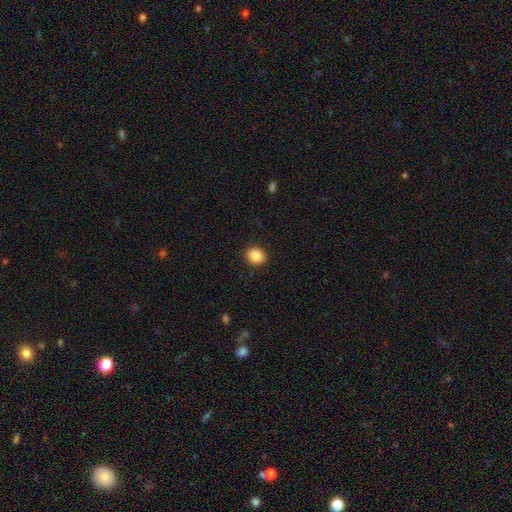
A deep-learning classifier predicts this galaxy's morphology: Overall: smooth (87%). How rounded: round (72%). Merging: none (91%).